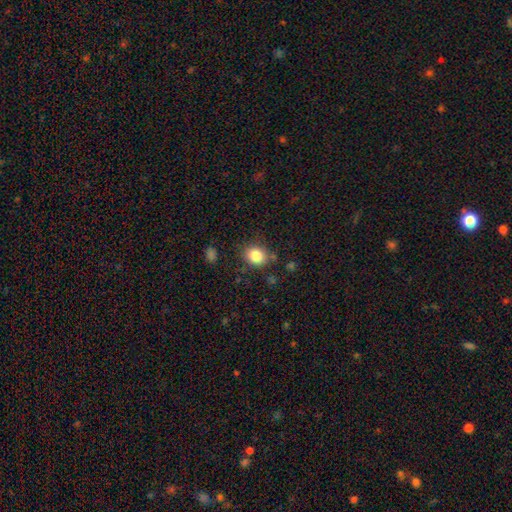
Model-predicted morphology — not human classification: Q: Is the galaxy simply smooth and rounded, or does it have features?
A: smooth — 83%.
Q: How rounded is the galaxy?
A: round — 64%.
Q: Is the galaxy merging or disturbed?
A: none — 79%.